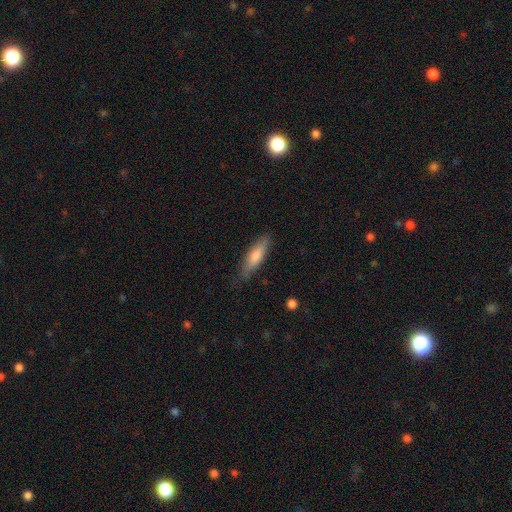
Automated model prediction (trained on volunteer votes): Overall: smooth (64%; featured or disk 30%). How rounded: cigar-shaped (75%). Merging: none (82%).